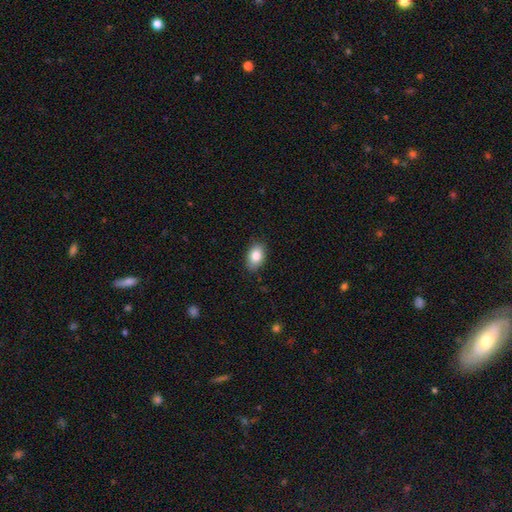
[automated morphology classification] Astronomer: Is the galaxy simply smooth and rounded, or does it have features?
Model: smooth — 85%.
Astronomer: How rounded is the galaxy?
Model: in between — 87%.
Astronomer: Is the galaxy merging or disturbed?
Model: none — 86%.